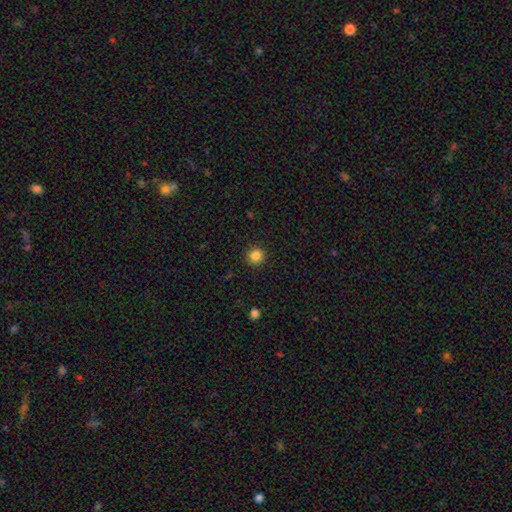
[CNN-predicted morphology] Smooth or featured: smooth — 85% (star or artifact — 11%)
How rounded: round — 95% (in between — 4%)
Merging: none — 92% (minor disturbance — 5%)